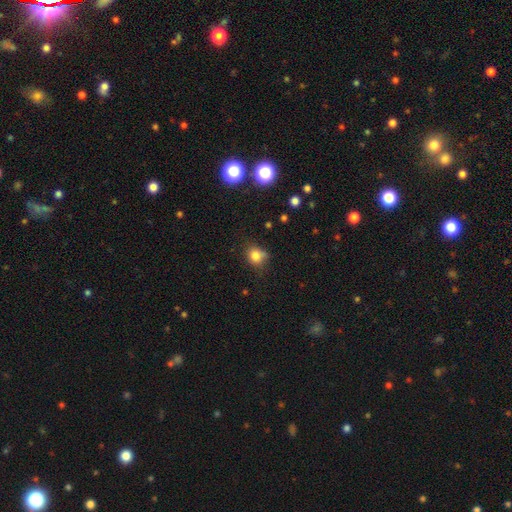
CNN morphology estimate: Smooth or featured?
  - smooth: 80% *
  - star or artifact: 13%
  - featured or disk: 8%
How rounded?
  - round: 68% *
  - in between: 30%
  - cigar-shaped: 1%
Merging?
  - none: 60% *
  - minor disturbance: 28%
  - major disturbance: 8%
  - merger: 4%